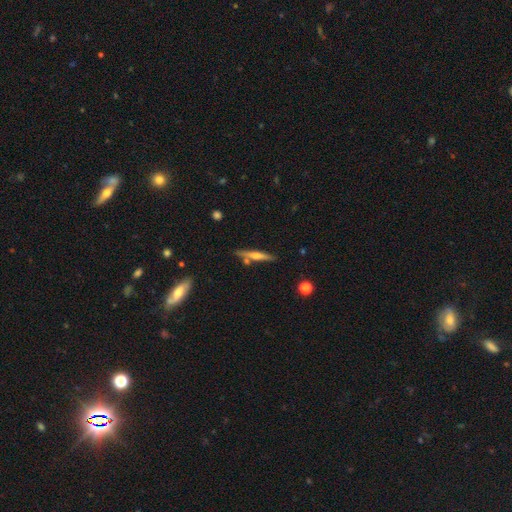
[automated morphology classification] type=featured or disk (54%); edge-on=yes (96%); edge-on bulge=rounded (72%); merging=none (78%).